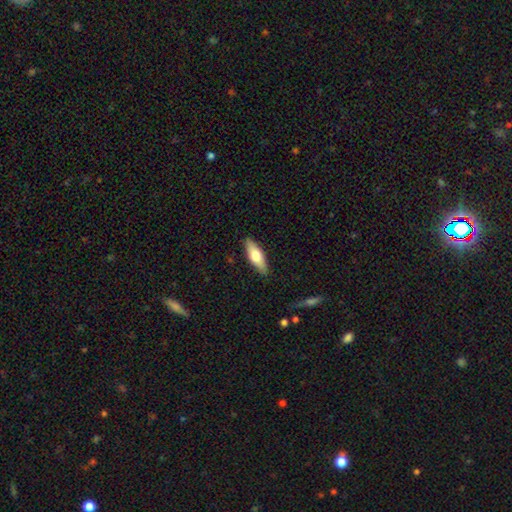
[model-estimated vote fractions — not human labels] smooth-or-featured: smooth: 60% | featured or disk: 34% | star or artifact: 6%
  how-rounded: in between: 56% | cigar-shaped: 42% | round: 2%
  merging: none: 87% | minor disturbance: 10% | major disturbance: 2% | merger: 1%